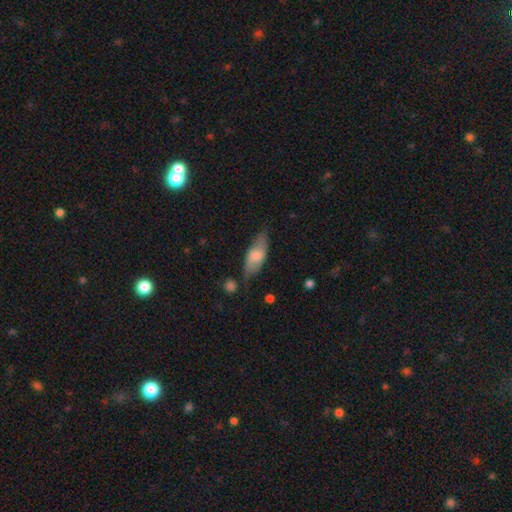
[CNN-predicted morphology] This appears to be a smooth galaxy with no disk features (64%) that is in between round and cigar-shaped (75%). Merging: none (64%).